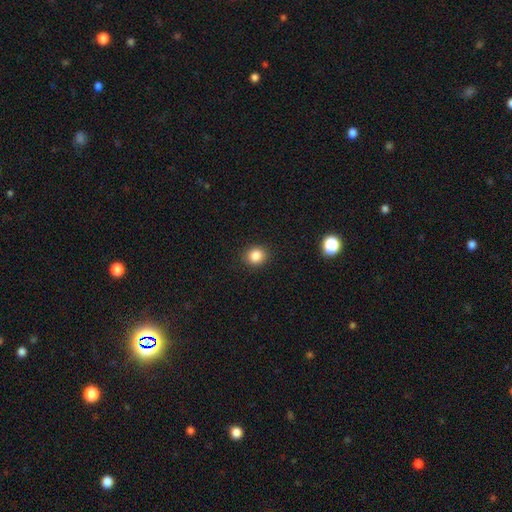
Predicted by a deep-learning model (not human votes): Q: Smooth or featured?
A: smooth (85%); runner-up: star or artifact (10%)
Q: How rounded?
A: round (78%); runner-up: in between (21%)
Q: Merging?
A: none (90%); runner-up: minor disturbance (7%)